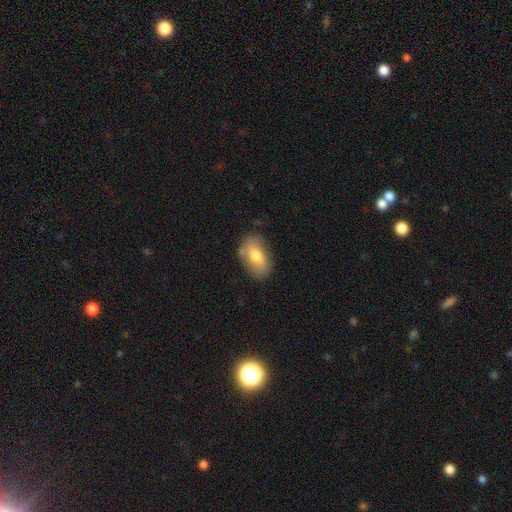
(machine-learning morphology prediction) This is likely a smooth galaxy (69%). How rounded: clearly in between (90%). Merging: likely none (71%).